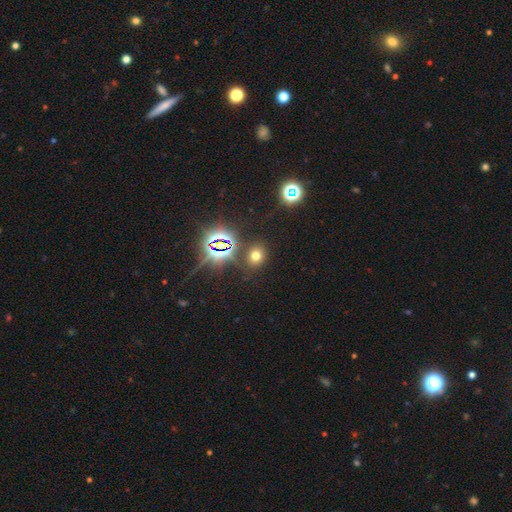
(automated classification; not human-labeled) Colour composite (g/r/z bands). It shows a smooth galaxy with no disk features (59%) that is round (66%). Merging: none (84%).